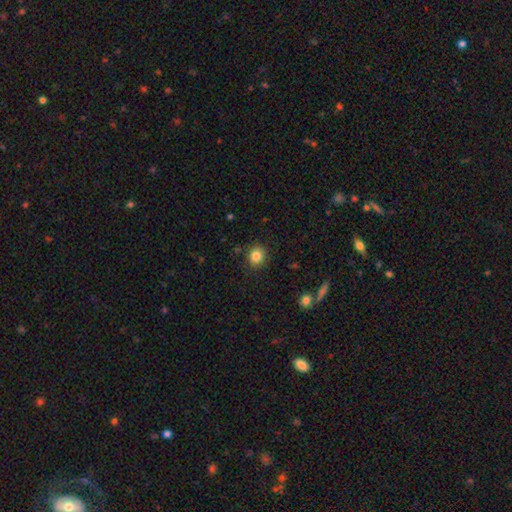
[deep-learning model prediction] Smooth or featured?
  - smooth: 83% *
  - star or artifact: 11%
  - featured or disk: 6%
How rounded?
  - round: 82% *
  - in between: 17%
  - cigar-shaped: 1%
Merging?
  - none: 87% *
  - minor disturbance: 9%
  - major disturbance: 2%
  - merger: 2%